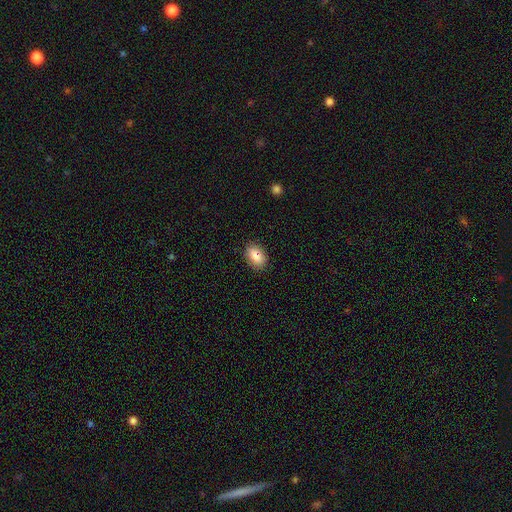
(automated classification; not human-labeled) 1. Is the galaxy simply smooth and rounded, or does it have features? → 84% smooth, 8% featured or disk, 8% star or artifact.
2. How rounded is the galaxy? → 87% in between, 10% round, 3% cigar-shaped.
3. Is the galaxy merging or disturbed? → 85% none, 11% minor disturbance, 2% major disturbance, 2% merger.